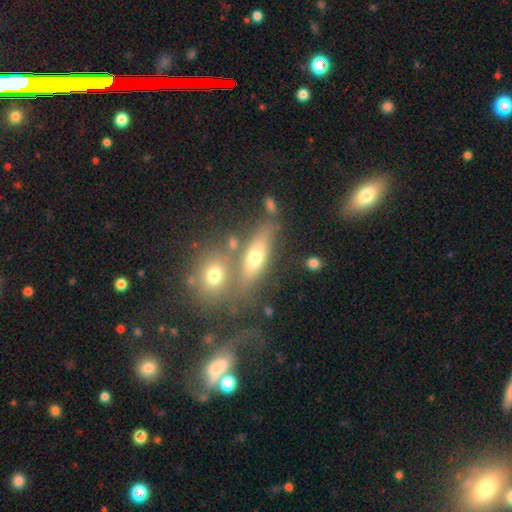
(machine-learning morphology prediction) The model was most divided on "smooth or featured": smooth: 46%, featured or disk: 37%, star or artifact: 16%. Remaining: merging — none (47%).